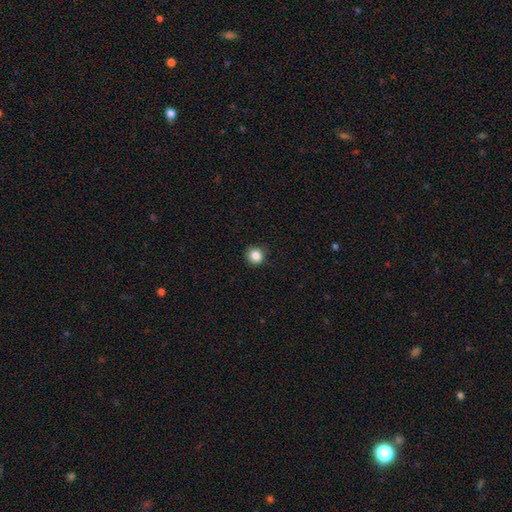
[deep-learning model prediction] A smooth galaxy with no disk features (86%) that is round (91%).

Vote fractions:
- Smooth or featured? smooth: 86% / star or artifact: 10% / featured or disk: 4%
- How rounded? round: 91% / in between: 8% / cigar-shaped: 1%
- Merging? none: 87% / minor disturbance: 10% / major disturbance: 2% / merger: 1%